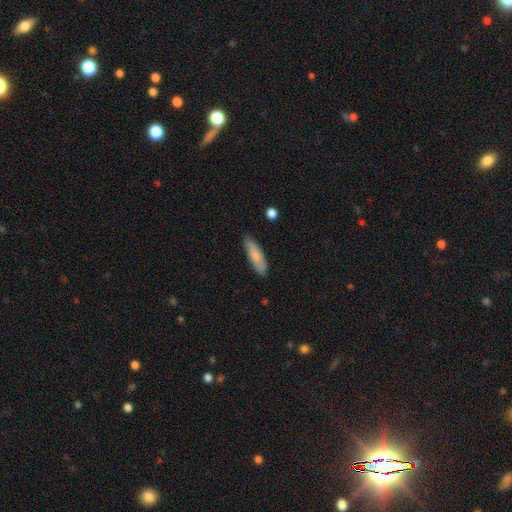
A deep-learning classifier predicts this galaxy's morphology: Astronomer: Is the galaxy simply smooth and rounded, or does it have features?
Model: smooth — 79%.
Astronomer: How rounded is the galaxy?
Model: cigar-shaped — 55% (runner-up: in between, 43%).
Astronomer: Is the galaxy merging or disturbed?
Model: none — 84%.